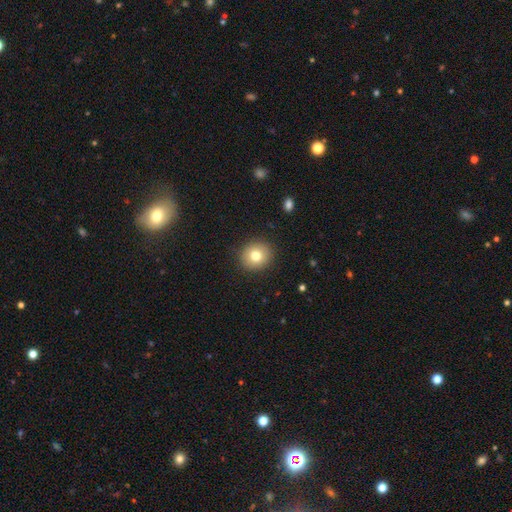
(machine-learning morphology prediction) type=smooth (78%); roundness=round (84%); merging=none (90%).